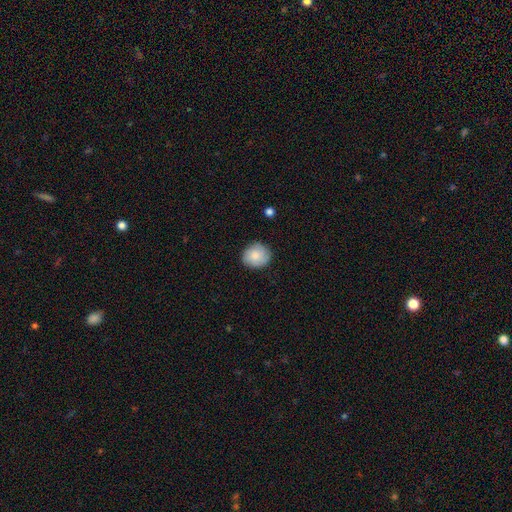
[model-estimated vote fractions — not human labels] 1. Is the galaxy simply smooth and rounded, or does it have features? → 79% smooth, 14% featured or disk, 7% star or artifact.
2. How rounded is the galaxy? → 84% round, 16% in between, 1% cigar-shaped.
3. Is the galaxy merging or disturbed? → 84% none, 13% minor disturbance, 3% major disturbance, 1% merger.